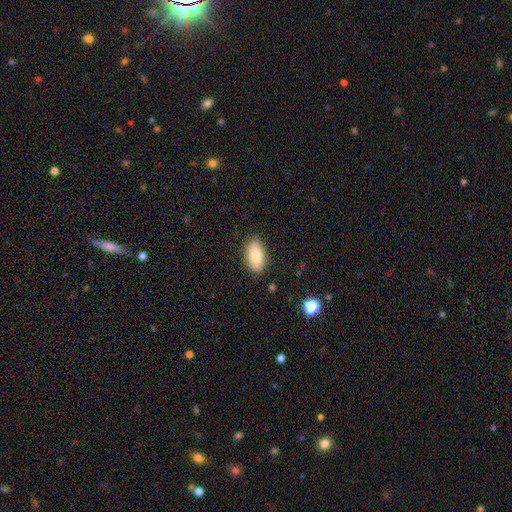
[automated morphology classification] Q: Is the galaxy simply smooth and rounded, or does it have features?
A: smooth — 82%.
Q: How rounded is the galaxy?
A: in between — 93%.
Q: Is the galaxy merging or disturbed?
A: none — 86%.